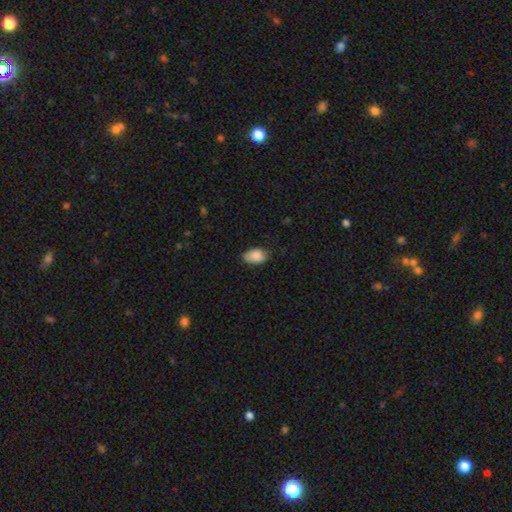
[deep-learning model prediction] Smooth or featured?
  - smooth: 88% *
  - star or artifact: 7%
  - featured or disk: 5%
How rounded?
  - in between: 91% *
  - round: 8%
  - cigar-shaped: 1%
Merging?
  - none: 77% *
  - minor disturbance: 19%
  - major disturbance: 3%
  - merger: 1%